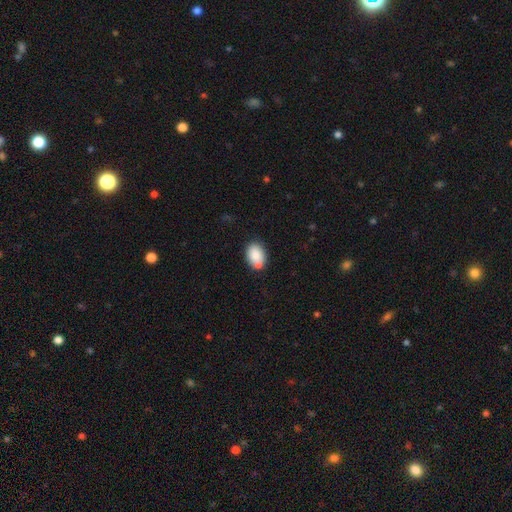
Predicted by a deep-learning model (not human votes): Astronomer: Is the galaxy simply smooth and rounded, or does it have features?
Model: smooth — 85%.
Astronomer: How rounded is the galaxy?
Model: in between — 84%.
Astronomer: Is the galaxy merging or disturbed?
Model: none — 73%.